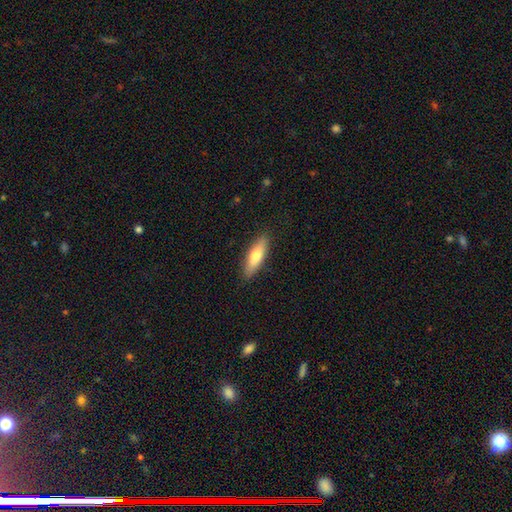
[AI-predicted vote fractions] smooth 71%, featured or disk 23%, star or artifact 6%. Down the decision tree: how rounded — cigar-shaped (61%); merging — none (88%).